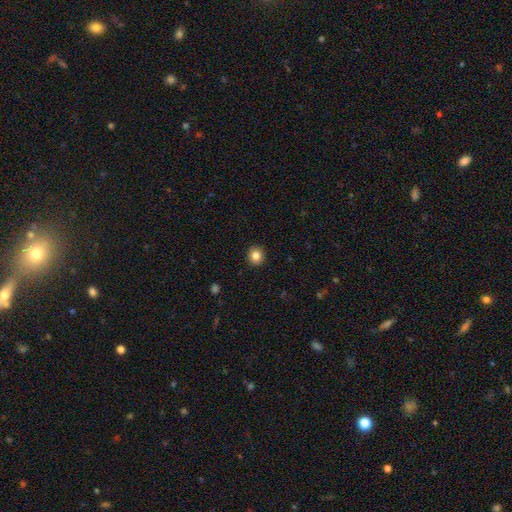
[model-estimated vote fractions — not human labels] Morphology: type=smooth (83%); roundness=round (88%); merging=none (93%).